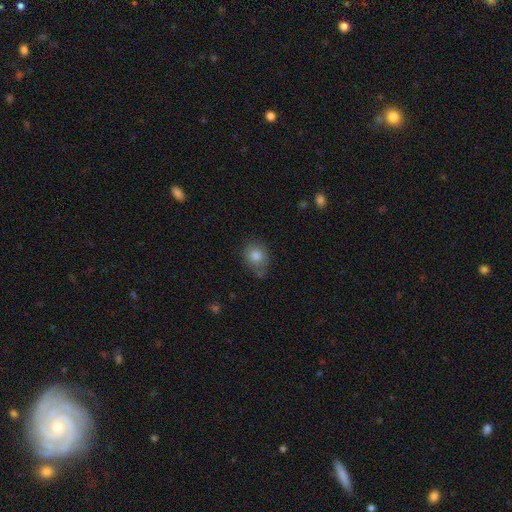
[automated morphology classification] This appears to be a smooth galaxy with no disk features (83%) that is round (67%). Merging: none (70%).